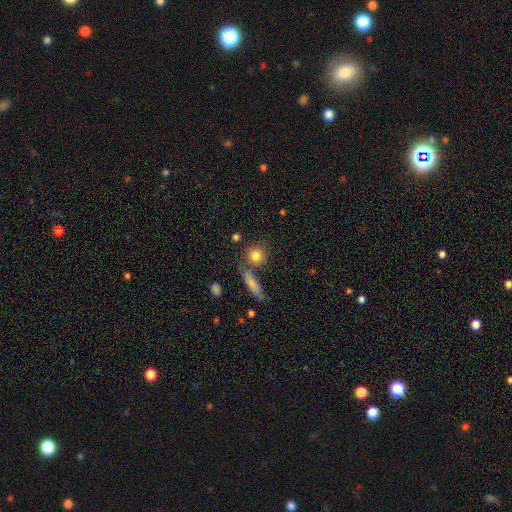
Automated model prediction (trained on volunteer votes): smooth_or_featured: smooth (p=0.81) [alt: featured or disk p=0.10]
how_rounded: round (p=0.83) [alt: in between p=0.13]
merging: none (p=0.70) [alt: merger p=0.15]